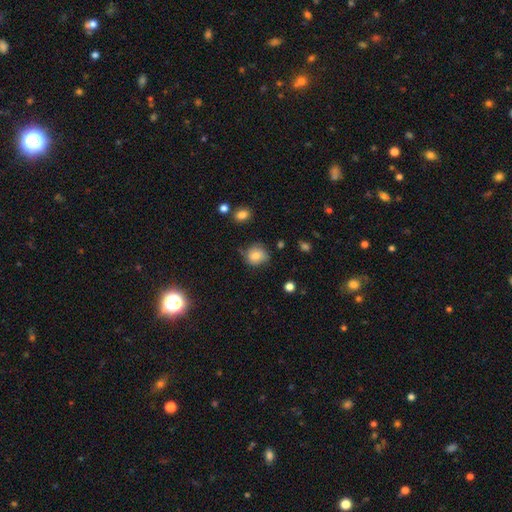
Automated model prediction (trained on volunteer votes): Q: Smooth or featured?
A: smooth (78%); runner-up: featured or disk (12%)
Q: How rounded?
A: round (73%); runner-up: in between (26%)
Q: Merging?
A: none (64%); runner-up: minor disturbance (26%)